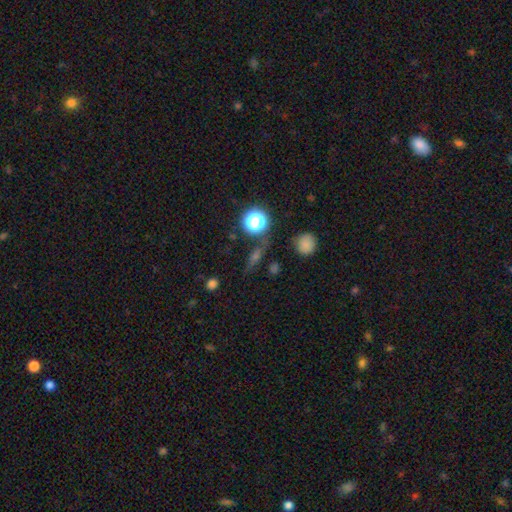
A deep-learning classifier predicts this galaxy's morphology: Q: Smooth or featured?
A: smooth (39%); runner-up: star or artifact (33%)
Q: Merging?
A: none (80%); runner-up: minor disturbance (10%)